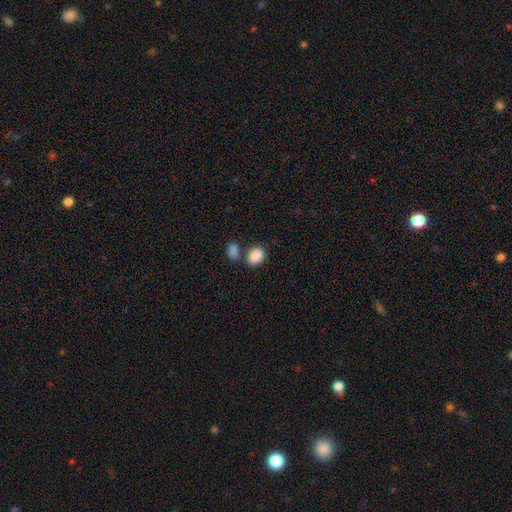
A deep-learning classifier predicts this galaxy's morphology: This appears to be a smooth galaxy with no disk features (88%) that is in between round and cigar-shaped (70%). Merging: none (62%).